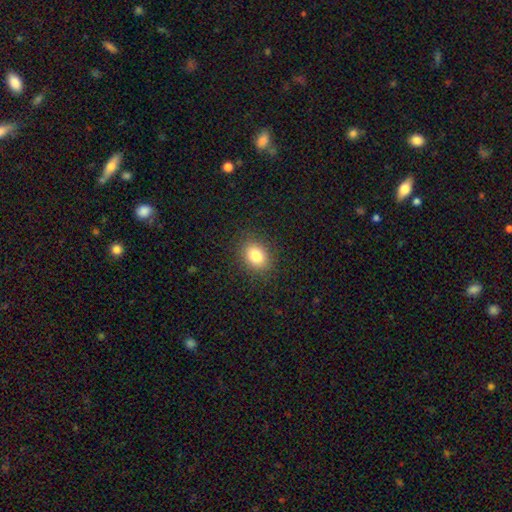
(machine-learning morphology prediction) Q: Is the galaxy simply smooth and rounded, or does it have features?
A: smooth — 82%.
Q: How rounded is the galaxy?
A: in between — 57%.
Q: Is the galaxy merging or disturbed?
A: none — 87%.